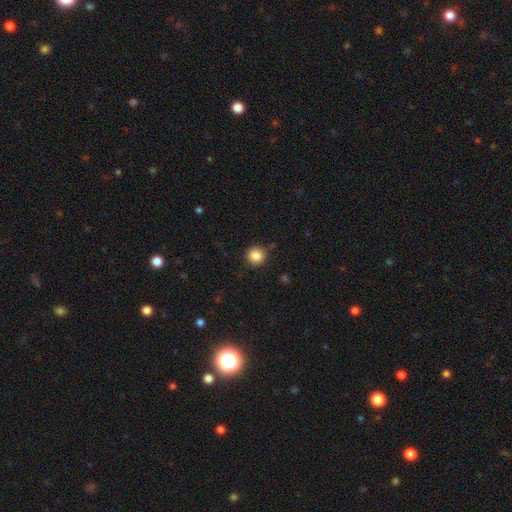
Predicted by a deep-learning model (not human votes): Smooth or featured?
  - smooth: 87% *
  - star or artifact: 10%
  - featured or disk: 4%
How rounded?
  - round: 88% *
  - in between: 11%
  - cigar-shaped: 1%
Merging?
  - none: 87% *
  - minor disturbance: 9%
  - major disturbance: 3%
  - merger: 2%